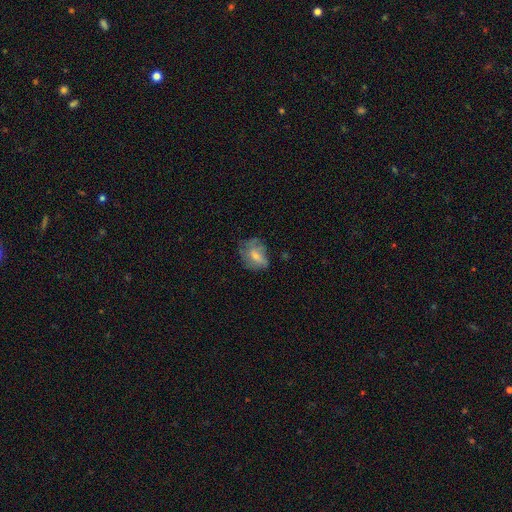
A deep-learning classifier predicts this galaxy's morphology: The model was most divided on "smooth or featured": smooth: 51%, featured or disk: 38%, star or artifact: 11%. More confident: how rounded — in between (62%); merging — none (53%).